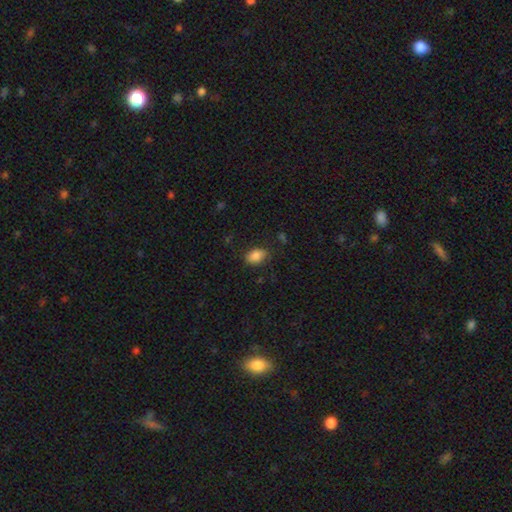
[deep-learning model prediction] smooth 85%, star or artifact 8%, featured or disk 7%. Down the decision tree: how rounded — in between (87%); merging — none (81%).